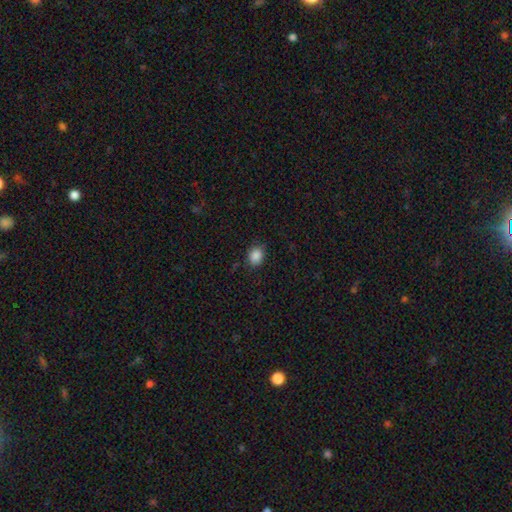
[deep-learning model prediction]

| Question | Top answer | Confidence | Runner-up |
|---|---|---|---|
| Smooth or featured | smooth | 87% | star or artifact (10%) |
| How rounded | round | 54% | in between (45%) |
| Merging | none | 83% | minor disturbance (13%) |